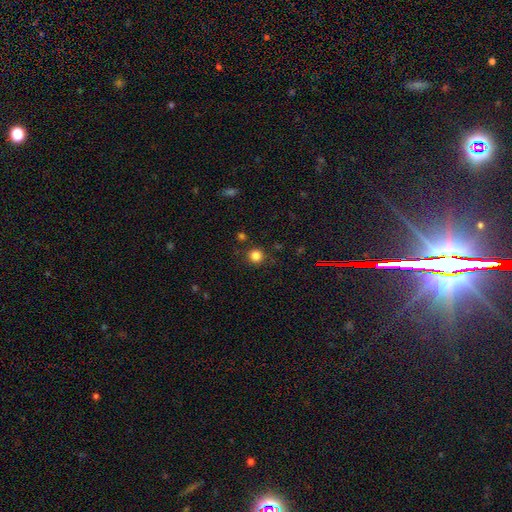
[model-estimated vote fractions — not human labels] smooth_or_featured: smooth (p=0.83) [alt: star or artifact p=0.13]
how_rounded: round (p=0.93) [alt: in between p=0.06]
merging: none (p=0.86) [alt: minor disturbance p=0.08]